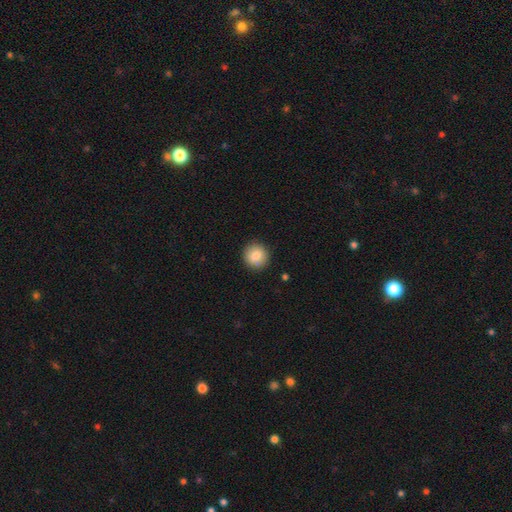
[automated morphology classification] Smooth or featured? Predicted: smooth (p=0.84). How rounded? Predicted: round (p=0.92). Merging? Predicted: none (p=0.90).